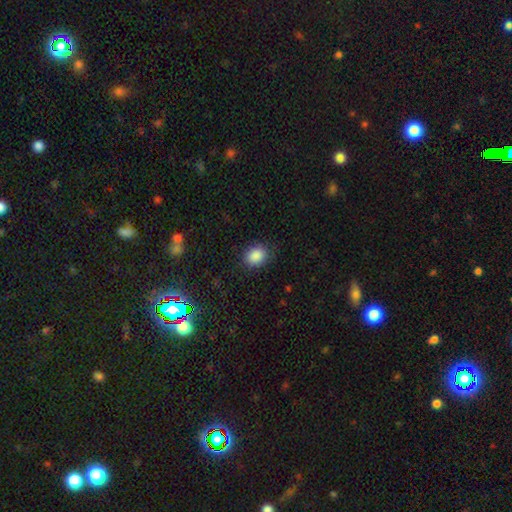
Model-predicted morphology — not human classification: This is clearly a smooth galaxy (88%). How rounded: possibly in between (52%). Merging: clearly none (84%).